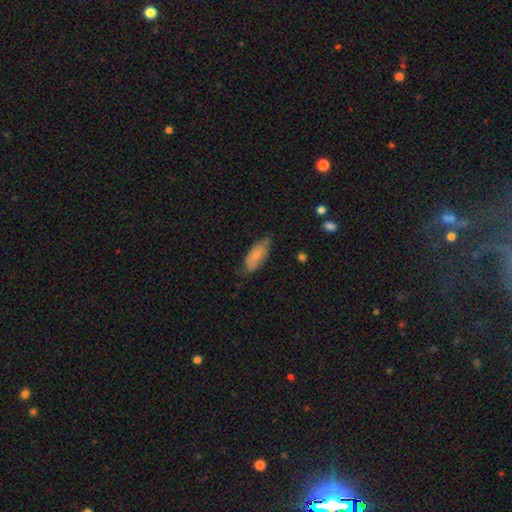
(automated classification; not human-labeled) Smooth or featured? Predicted: smooth (p=0.76). How rounded? Predicted: in between (p=0.82). Merging? Predicted: none (p=0.65).